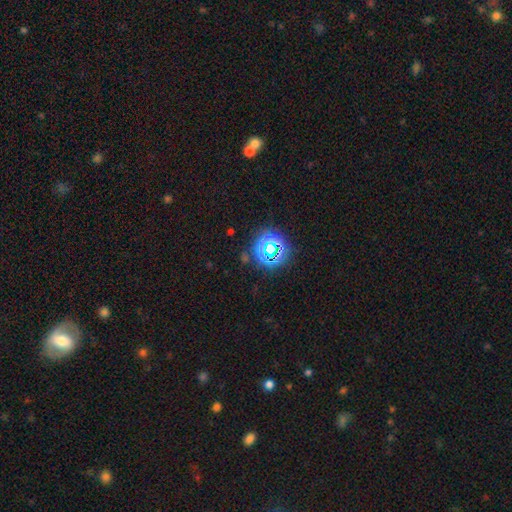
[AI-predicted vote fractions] The model was most divided on "smooth or featured": smooth: 55%, star or artifact: 38%, featured or disk: 8%. More confident: how rounded — round (92%); merging — none (89%).